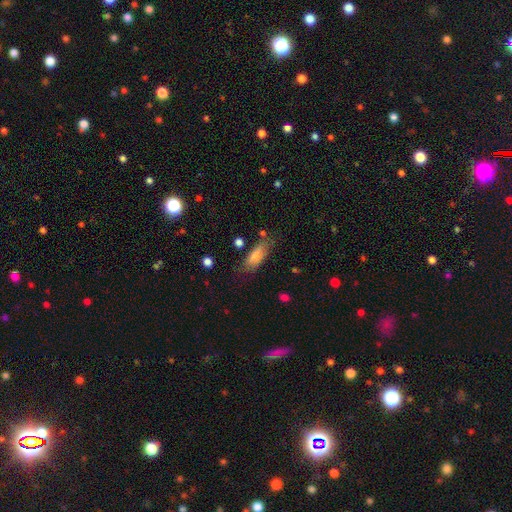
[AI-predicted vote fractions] Overall: smooth (63%). How rounded: in between (64%; cigar-shaped 32%). Merging: none (72%).